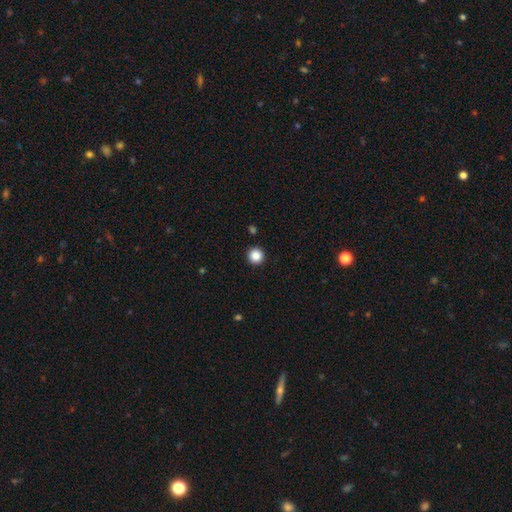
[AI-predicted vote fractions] Smooth or featured? Predicted: smooth (p=0.86). How rounded? Predicted: round (p=0.96). Merging? Predicted: none (p=0.93).